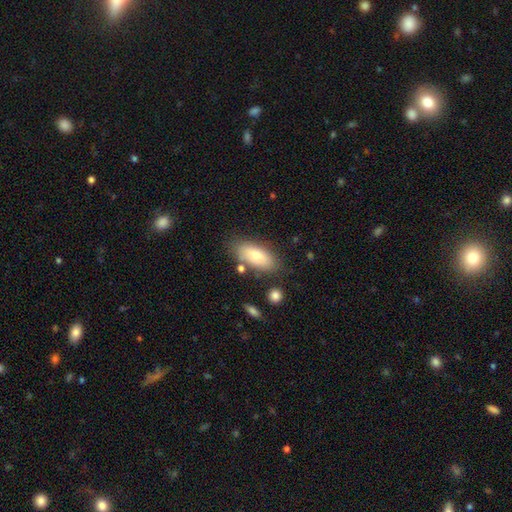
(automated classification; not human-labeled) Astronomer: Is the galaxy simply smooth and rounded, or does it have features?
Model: smooth — 75%.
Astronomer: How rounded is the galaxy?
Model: in between — 86%.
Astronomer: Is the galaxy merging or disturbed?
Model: none — 78%.